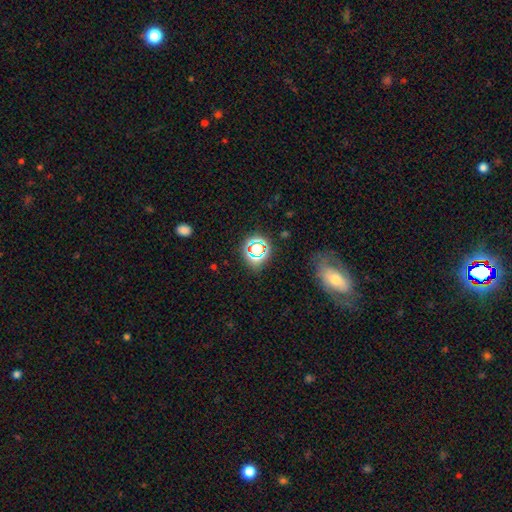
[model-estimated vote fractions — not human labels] smooth-or-featured: star or artifact: 55% | smooth: 35% | featured or disk: 10%